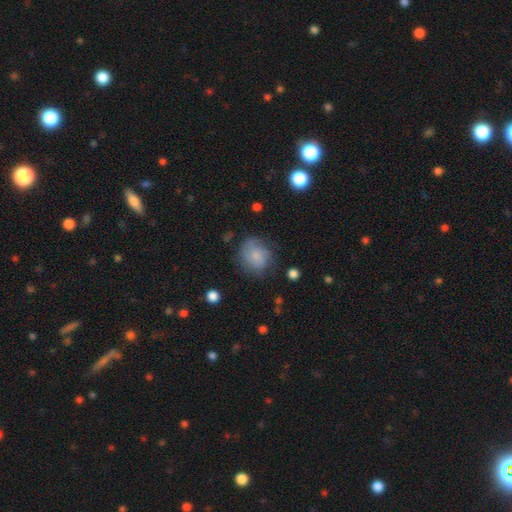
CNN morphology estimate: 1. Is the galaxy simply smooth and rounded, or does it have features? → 73% smooth, 18% featured or disk, 9% star or artifact.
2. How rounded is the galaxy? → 71% round, 28% in between, 1% cigar-shaped.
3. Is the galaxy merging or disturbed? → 63% none, 24% minor disturbance, 10% major disturbance, 2% merger.